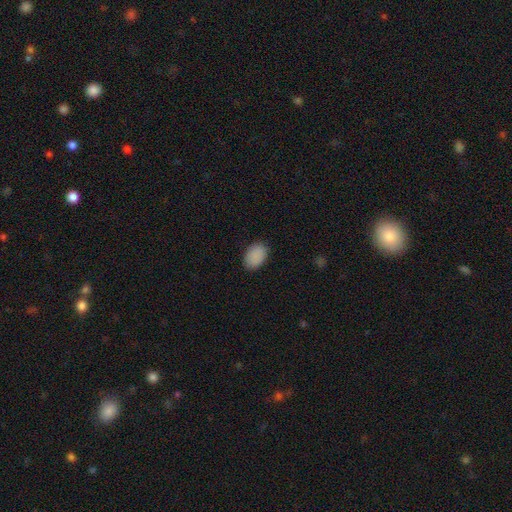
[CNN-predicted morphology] Smooth or featured: smooth — 89% (star or artifact — 8%)
How rounded: in between — 86% (round — 13%)
Merging: none — 86% (minor disturbance — 11%)